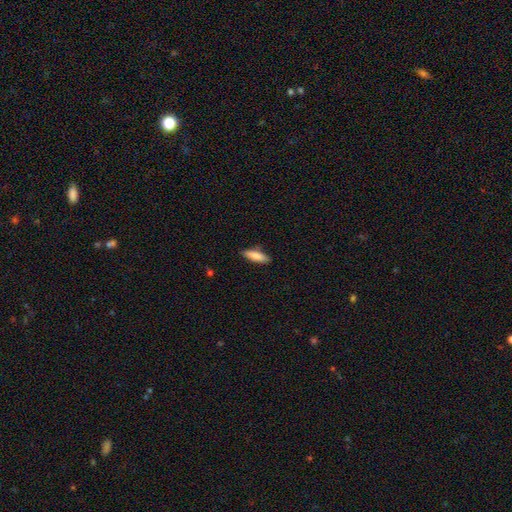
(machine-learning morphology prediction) This is clearly a smooth galaxy (85%). How rounded: possibly cigar-shaped (53%). Merging: clearly none (85%).